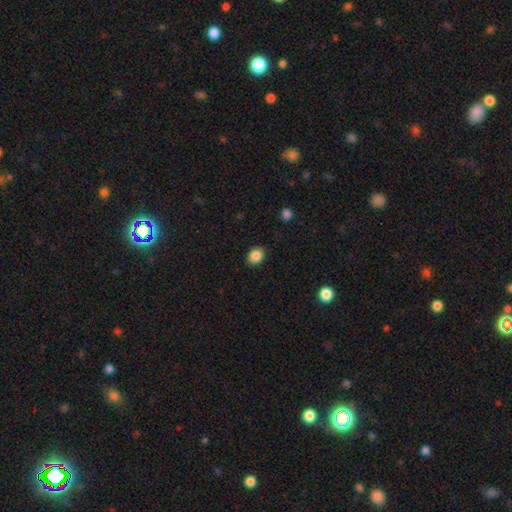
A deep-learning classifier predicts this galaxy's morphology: Overall: smooth (87%). How rounded: in between (58%; round 41%). Merging: none (88%).